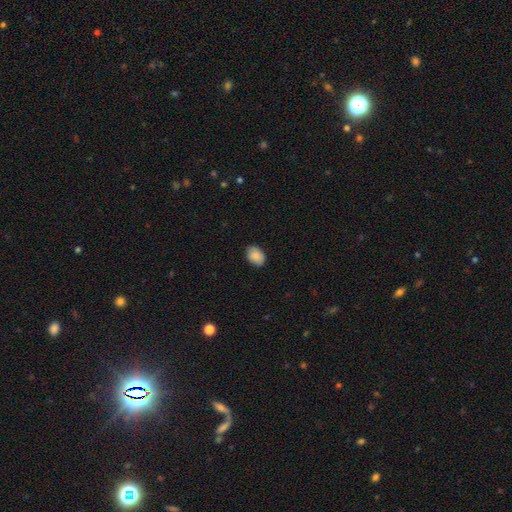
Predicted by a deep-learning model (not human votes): The model was most divided on "how rounded": in between: 81%, round: 18%, cigar-shaped: 1%. More confident: smooth or featured — smooth (88%); merging — none (83%).